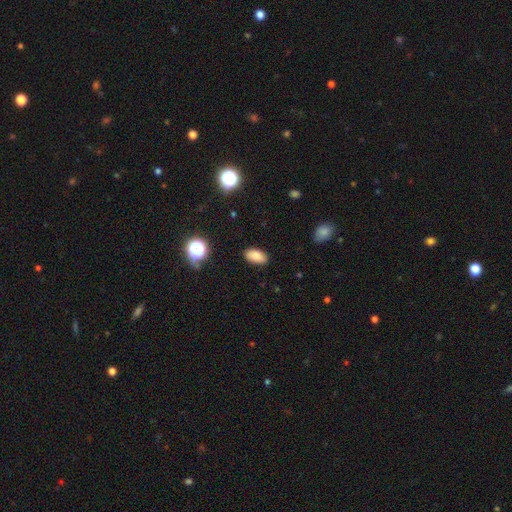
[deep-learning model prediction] A smooth galaxy with no disk features (83%) that is in between round and cigar-shaped (93%).

Vote fractions:
- Smooth or featured? smooth: 83% / star or artifact: 11% / featured or disk: 6%
- How rounded? in between: 93% / round: 5% / cigar-shaped: 3%
- Merging? none: 87% / minor disturbance: 10% / major disturbance: 2% / merger: 1%